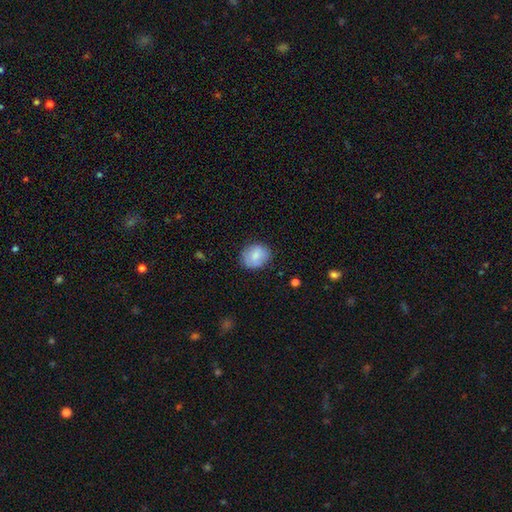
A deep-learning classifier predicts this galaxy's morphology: smooth 80%, featured or disk 13%, star or artifact 7%. Down the decision tree: how rounded — round (58%); merging — none (79%).